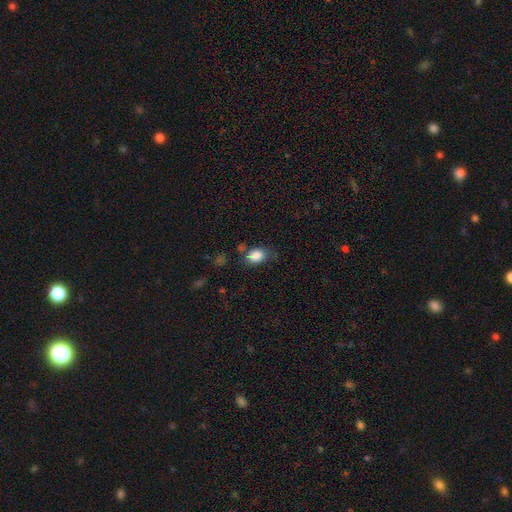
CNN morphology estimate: type=smooth (86%); roundness=in between (81%); merging=none (58%).